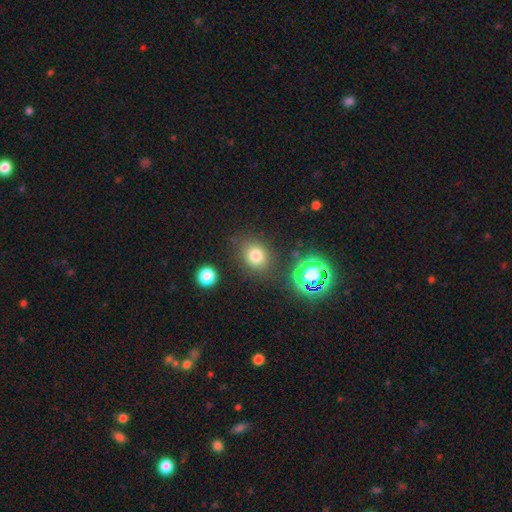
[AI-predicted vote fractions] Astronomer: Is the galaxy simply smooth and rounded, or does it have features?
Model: smooth — 76%.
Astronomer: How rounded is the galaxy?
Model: round — 67%.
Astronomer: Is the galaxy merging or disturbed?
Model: none — 80%.